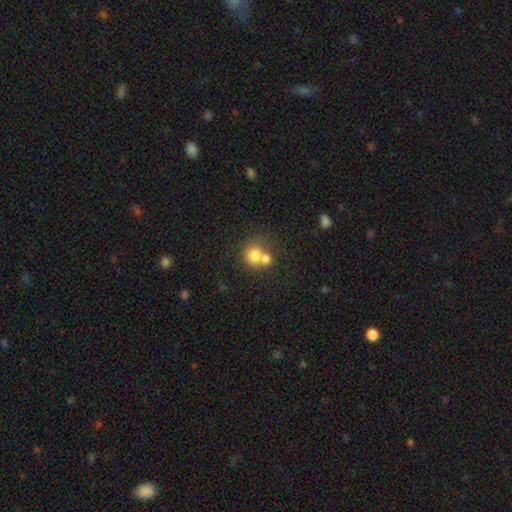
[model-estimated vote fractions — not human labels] This appears to be a smooth galaxy with no disk features (74%) that is round (81%). Merging: merger (56%).